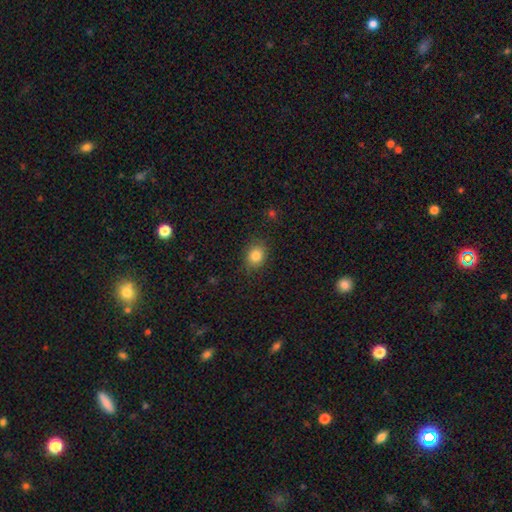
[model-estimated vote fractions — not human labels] smooth-or-featured: smooth: 83% | star or artifact: 11% | featured or disk: 6%
  how-rounded: round: 61% | in between: 38% | cigar-shaped: 1%
  merging: none: 84% | minor disturbance: 12% | major disturbance: 3% | merger: 1%